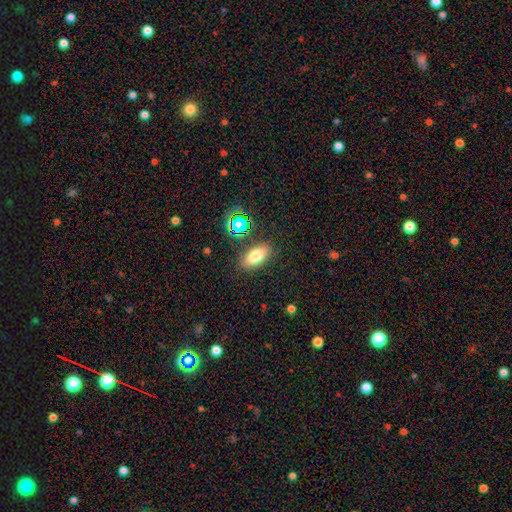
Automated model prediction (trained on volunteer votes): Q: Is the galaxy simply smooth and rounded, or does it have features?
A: smooth — 75%.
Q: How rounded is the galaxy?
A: in between — 85%.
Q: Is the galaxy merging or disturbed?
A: none — 84%.